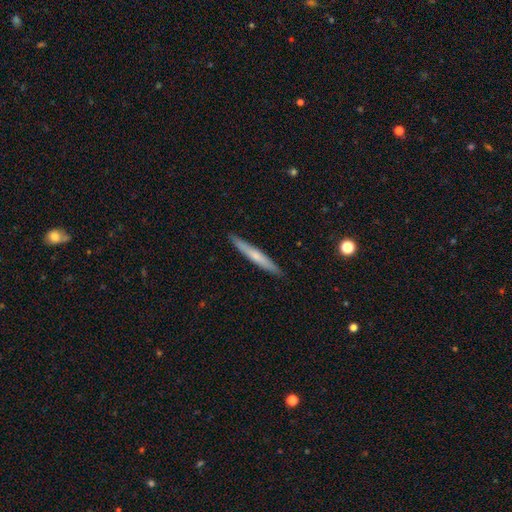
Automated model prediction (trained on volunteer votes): A smooth galaxy with no disk features (53%) that is cigar-shaped (96%). Merging: none (91%).